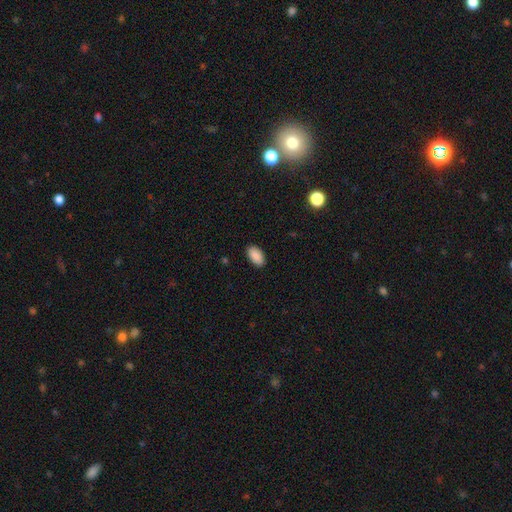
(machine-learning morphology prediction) Smooth or featured: smooth — 90% (star or artifact — 7%)
How rounded: in between — 95% (round — 3%)
Merging: none — 89% (minor disturbance — 8%)